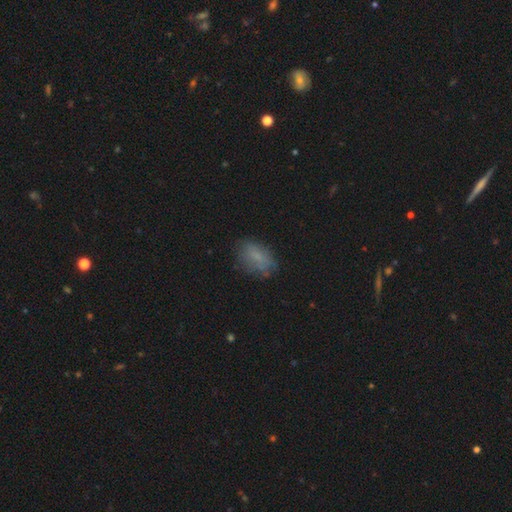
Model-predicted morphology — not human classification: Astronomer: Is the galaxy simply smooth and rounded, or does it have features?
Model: smooth — 69%.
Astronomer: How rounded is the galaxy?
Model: in between — 88%.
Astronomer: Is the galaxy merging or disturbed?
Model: none — 74%.